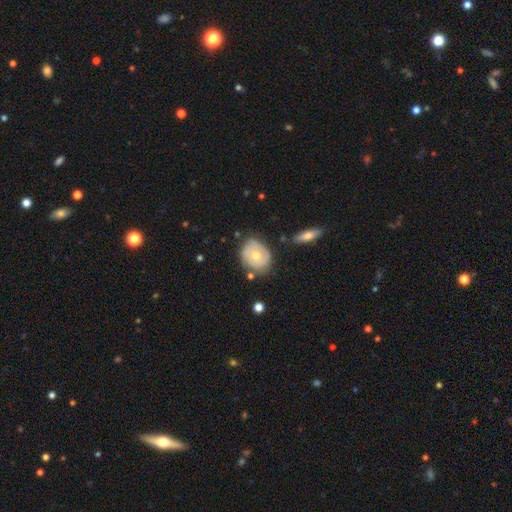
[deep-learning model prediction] smooth_or_featured: featured or disk (p=0.52) [alt: smooth p=0.41]
disk_edge_on: no (p=0.96) [alt: yes p=0.04]
bar: no (p=0.82) [alt: weak p=0.16]
has_spiral_arms: yes (p=0.65) [alt: no p=0.35]
bulge_size: moderate (p=0.59) [alt: small p=0.36]
merging: none (p=0.67) [alt: minor disturbance p=0.22]